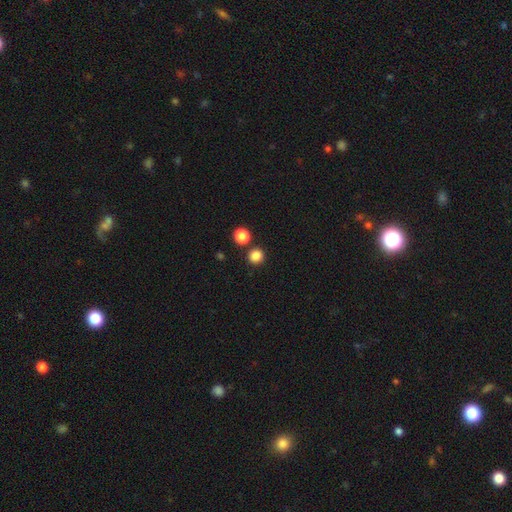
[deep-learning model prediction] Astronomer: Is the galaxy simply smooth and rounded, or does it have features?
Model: smooth — 85%.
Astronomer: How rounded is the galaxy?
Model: round — 92%.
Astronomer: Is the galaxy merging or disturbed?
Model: none — 83%.